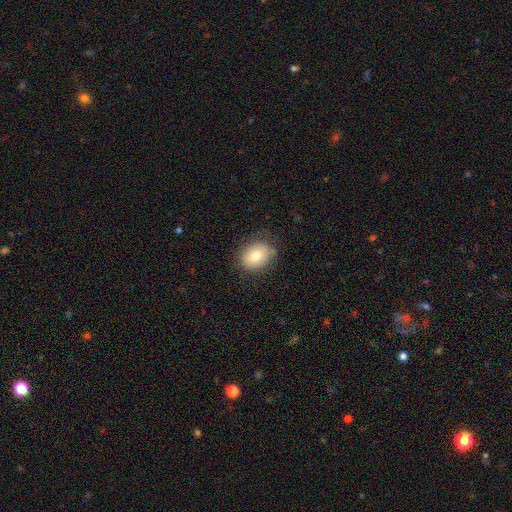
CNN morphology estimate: type=smooth (79%); roundness=in between (57%); merging=none (80%).